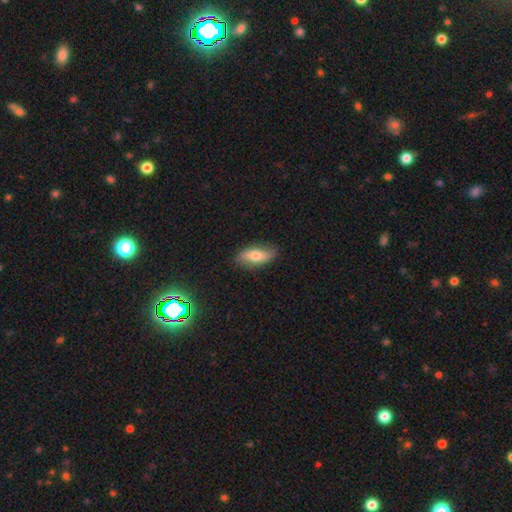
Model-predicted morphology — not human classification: smooth_or_featured: smooth (p=0.61) [alt: featured or disk p=0.31]
how_rounded: in between (p=0.72) [alt: cigar-shaped p=0.24]
merging: none (p=0.82) [alt: minor disturbance p=0.14]